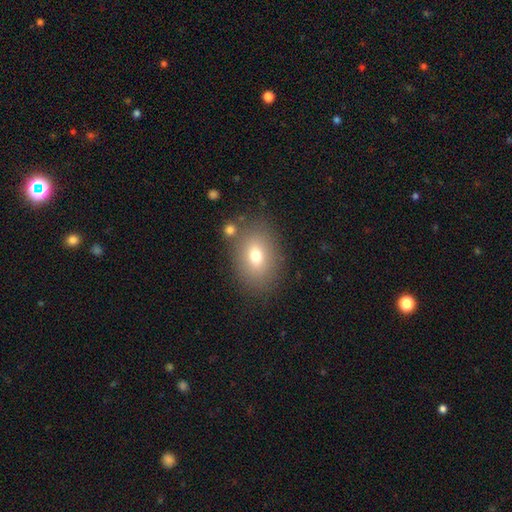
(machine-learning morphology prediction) A smooth galaxy with no disk features (71%) that is in between round and cigar-shaped (72%). Merging: none (78%).